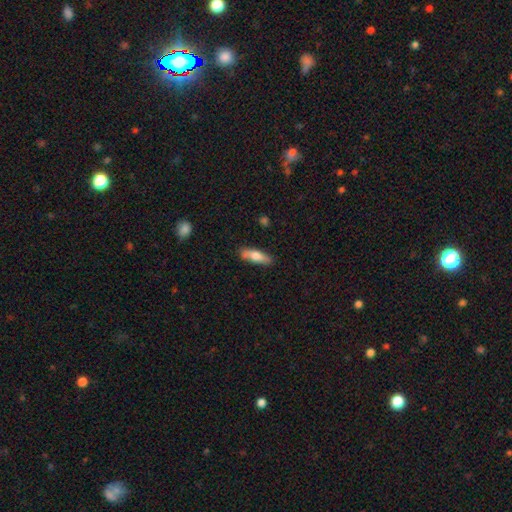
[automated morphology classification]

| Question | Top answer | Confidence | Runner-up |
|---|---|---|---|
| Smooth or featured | smooth | 70% | featured or disk (24%) |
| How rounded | cigar-shaped | 52% | in between (46%) |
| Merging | none | 81% | minor disturbance (15%) |